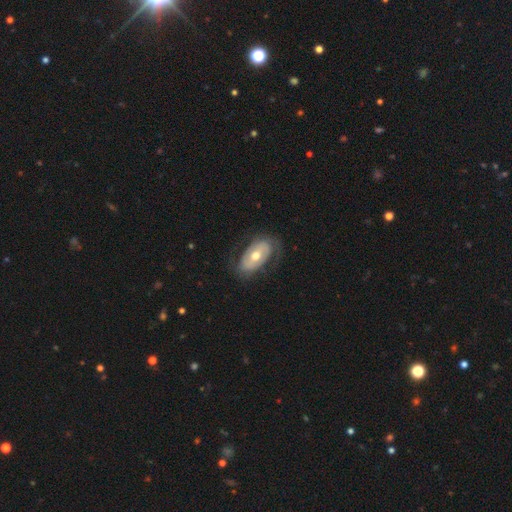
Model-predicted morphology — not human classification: Smooth or featured: featured or disk — 59% (smooth — 36%)
Edge-on disk: no — 91% (yes — 9%)
Bar: no — 66% (weak — 22%)
Spiral arms: yes — 53% (no — 47%)
Bulge size: moderate — 75% (small — 15%)
Merging: none — 68% (minor disturbance — 19%)